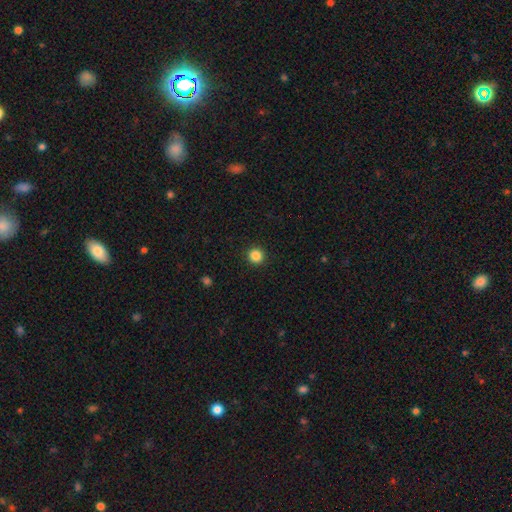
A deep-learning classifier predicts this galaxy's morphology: Q: Smooth or featured?
A: smooth (86%); runner-up: star or artifact (11%)
Q: How rounded?
A: round (94%); runner-up: in between (5%)
Q: Merging?
A: none (93%); runner-up: minor disturbance (5%)